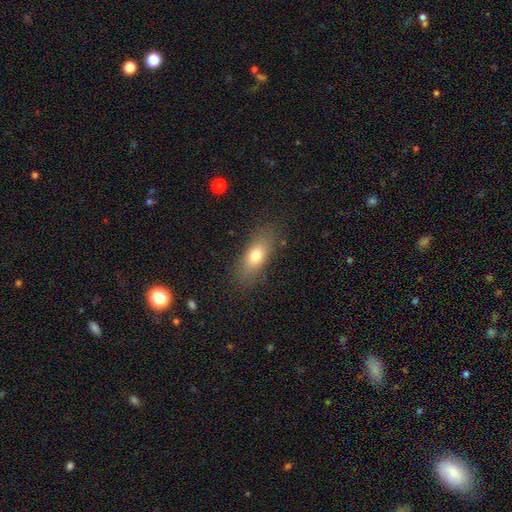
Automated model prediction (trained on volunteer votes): smooth_or_featured: smooth (p=0.74) [alt: featured or disk p=0.17]
how_rounded: in between (p=0.76) [alt: cigar-shaped p=0.17]
merging: none (p=0.81) [alt: minor disturbance p=0.13]